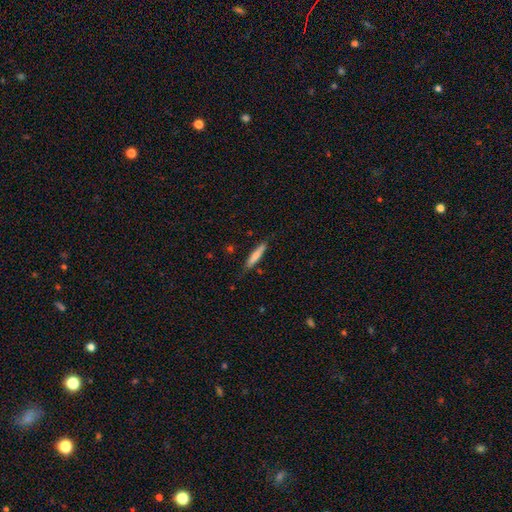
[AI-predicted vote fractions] Overall: smooth (74%). How rounded: cigar-shaped (89%). Merging: none (80%).